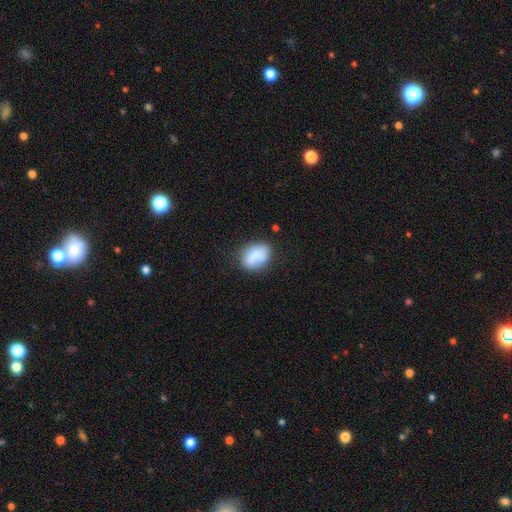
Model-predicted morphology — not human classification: Smooth or featured? smooth (81%)
How rounded? in between (75%)
Merging? none (67%)